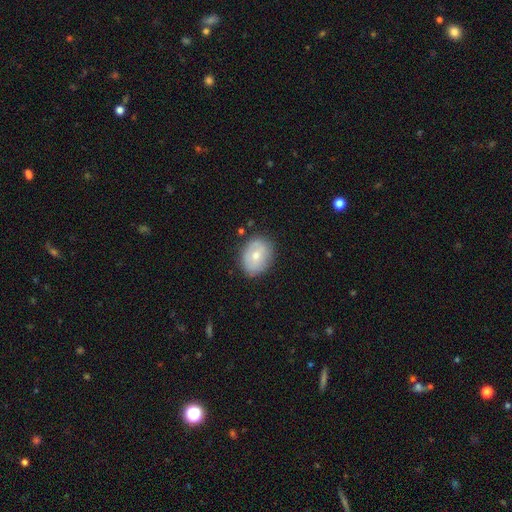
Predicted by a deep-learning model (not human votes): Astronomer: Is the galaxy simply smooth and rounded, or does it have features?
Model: smooth — 64%.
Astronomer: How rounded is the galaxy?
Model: in between — 62% (runner-up: round, 37%).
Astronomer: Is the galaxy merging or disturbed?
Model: none — 79%.